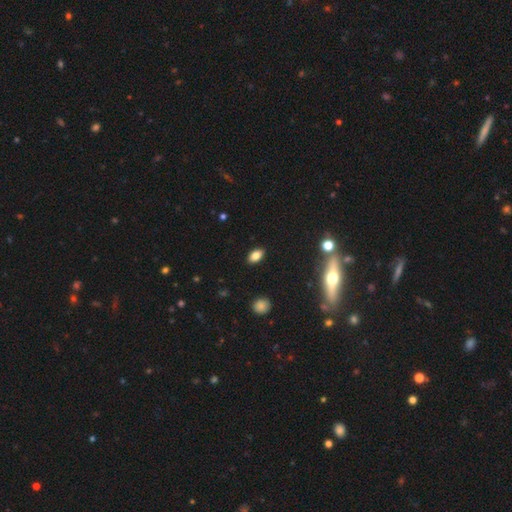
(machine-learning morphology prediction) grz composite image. It shows a smooth galaxy with no disk features (82%) that is in between round and cigar-shaped (89%). Merging: none (89%).